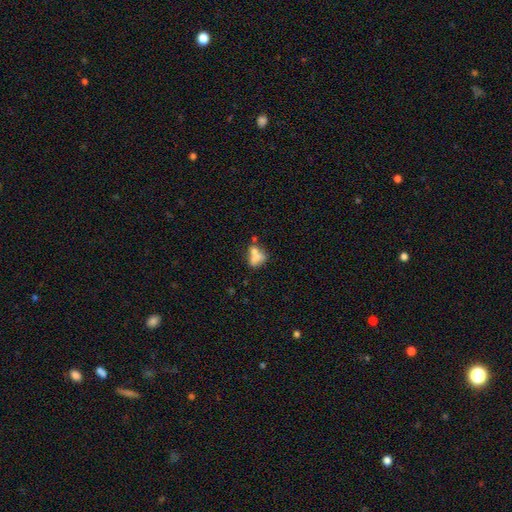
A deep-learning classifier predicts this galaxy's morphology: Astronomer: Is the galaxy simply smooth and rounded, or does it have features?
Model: smooth — 61%.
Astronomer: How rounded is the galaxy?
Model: in between — 71%.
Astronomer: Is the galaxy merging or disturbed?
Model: merger — 45% (runner-up: none, 31%).